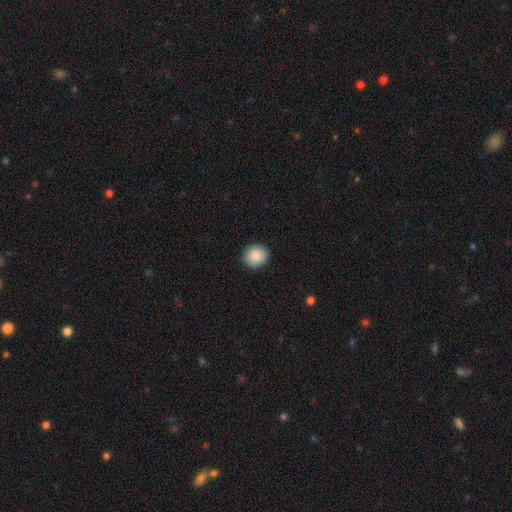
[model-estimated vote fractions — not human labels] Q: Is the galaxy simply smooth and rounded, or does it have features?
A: smooth — 89%.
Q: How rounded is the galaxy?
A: round — 90%.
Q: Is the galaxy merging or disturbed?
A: none — 92%.